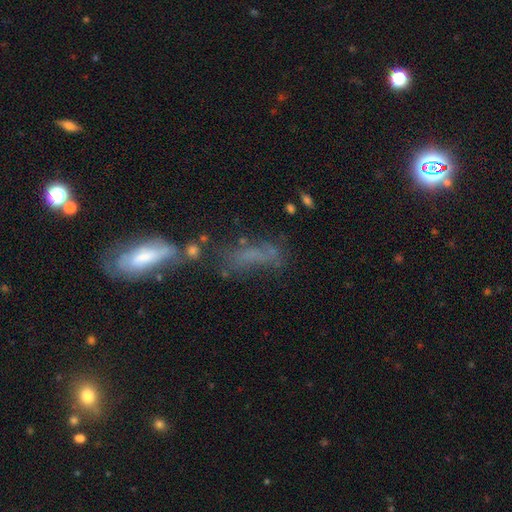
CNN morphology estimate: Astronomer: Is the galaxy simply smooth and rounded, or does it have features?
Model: smooth — 47% (runner-up: featured or disk, 33%).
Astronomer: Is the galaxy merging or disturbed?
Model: none — 33% (runner-up: merger, 25%).